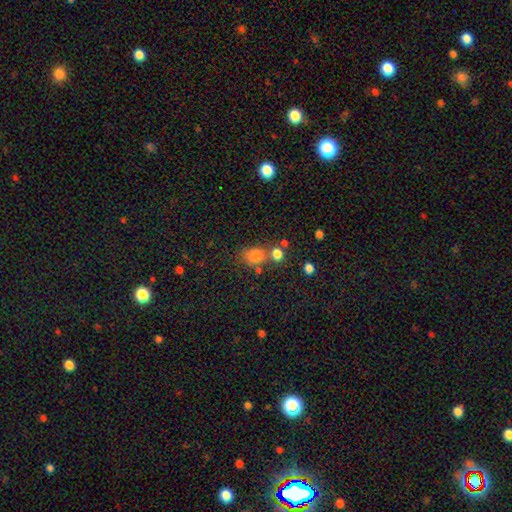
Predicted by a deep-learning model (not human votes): Q: Smooth or featured?
A: smooth (78%); runner-up: star or artifact (14%)
Q: How rounded?
A: round (62%); runner-up: in between (37%)
Q: Merging?
A: none (56%); runner-up: merger (25%)